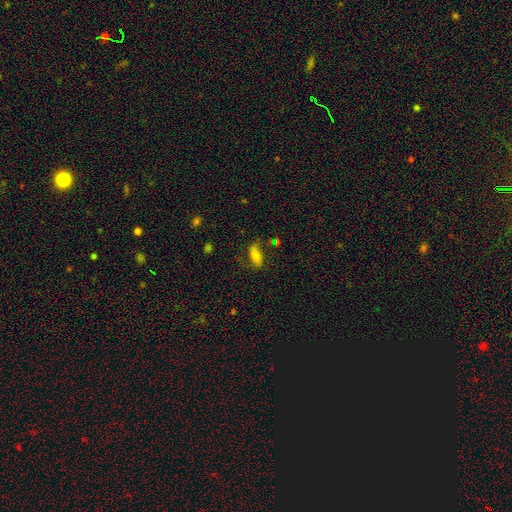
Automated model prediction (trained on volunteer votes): smooth_or_featured: smooth (p=0.50) [alt: featured or disk p=0.39]
how_rounded: in between (p=0.77) [alt: cigar-shaped p=0.17]
merging: none (p=0.61) [alt: minor disturbance p=0.22]